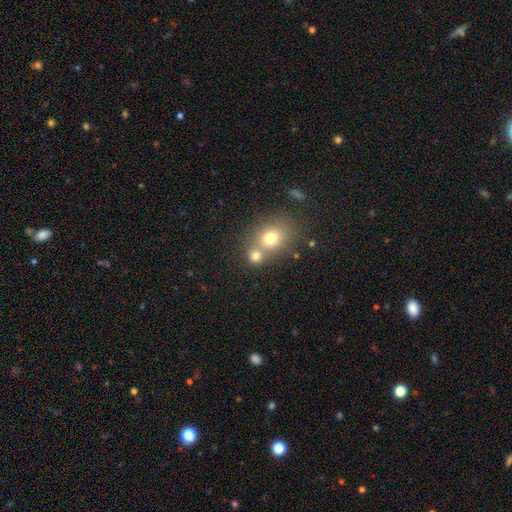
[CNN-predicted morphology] Smooth or featured? smooth (74%)
How rounded? round (72%)
Merging? merger (47%)